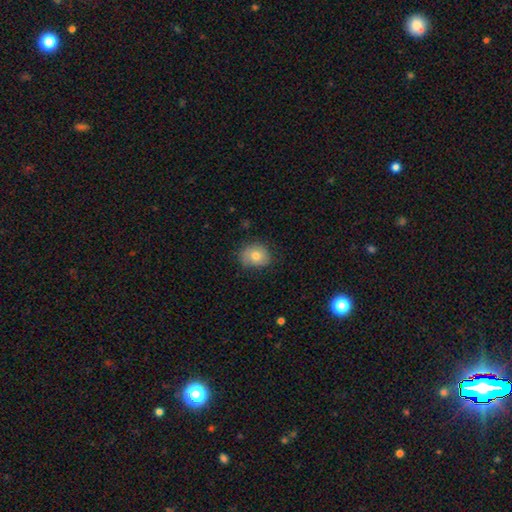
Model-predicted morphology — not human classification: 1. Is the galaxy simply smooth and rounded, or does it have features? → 74% smooth, 18% featured or disk, 8% star or artifact.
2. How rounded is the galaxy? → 60% round, 39% in between, 1% cigar-shaped.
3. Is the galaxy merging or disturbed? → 69% none, 24% minor disturbance, 6% major disturbance, 1% merger.